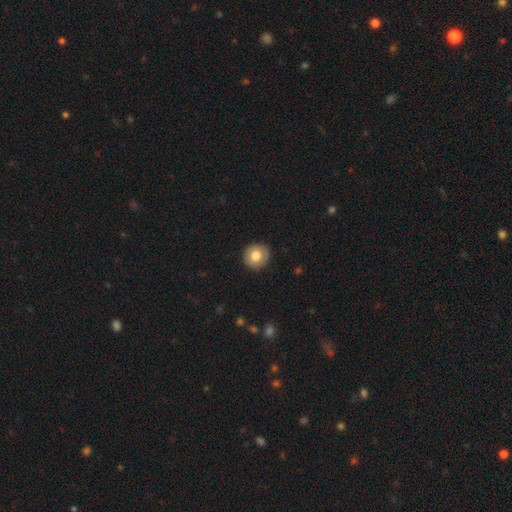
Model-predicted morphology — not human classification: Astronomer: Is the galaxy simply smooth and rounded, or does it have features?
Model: smooth — 77%.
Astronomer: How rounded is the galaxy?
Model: round — 90%.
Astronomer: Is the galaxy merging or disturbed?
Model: none — 88%.